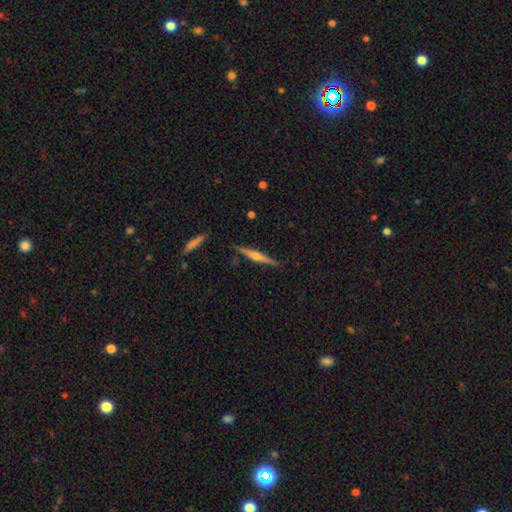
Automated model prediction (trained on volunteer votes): Smooth or featured?
  - featured or disk: 68% *
  - smooth: 26%
  - star or artifact: 6%
Edge-on disk?
  - yes: 98% *
  - no: 2%
Edge-on bulge?
  - rounded: 83% *
  - none: 9%
  - boxy: 8%
Merging?
  - none: 88% *
  - minor disturbance: 8%
  - merger: 2%
  - major disturbance: 2%